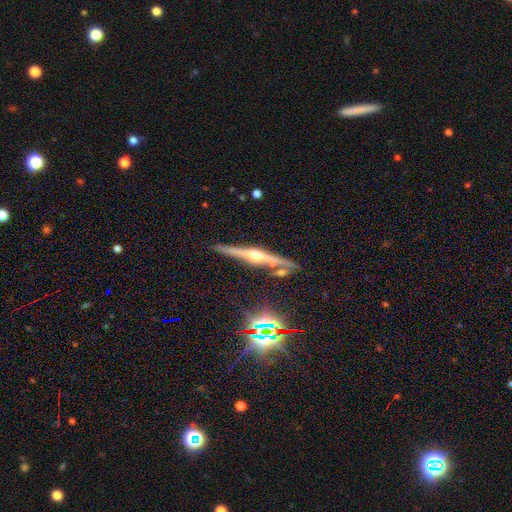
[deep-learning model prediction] Morphology: type=featured or disk (75%); edge-on=yes (97%); edge-on bulge=rounded (89%); merging=none (81%).